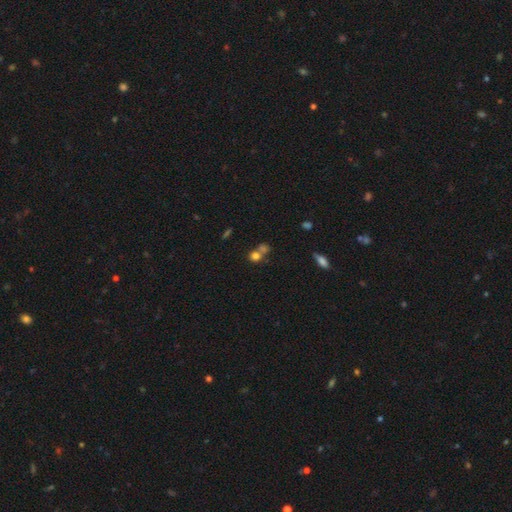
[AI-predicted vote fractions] Overall: smooth (73%). How rounded: round (77%). Merging: merger (45%; none 43%).